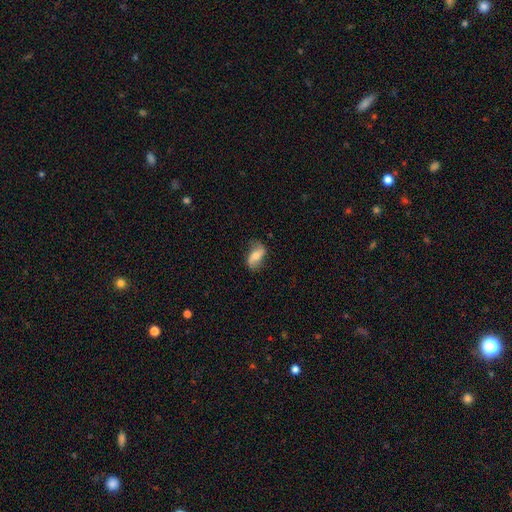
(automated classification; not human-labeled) This appears to be a featured or disk galaxy (48%). Merging: none (71%).